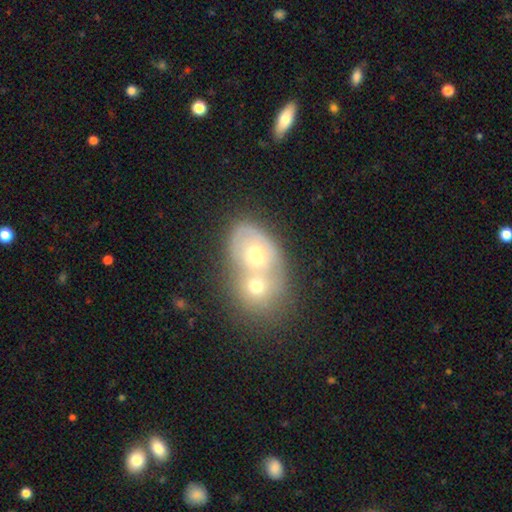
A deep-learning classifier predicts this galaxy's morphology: smooth 46%, featured or disk 42%, star or artifact 12%. Down the decision tree: merging — merger (71%).